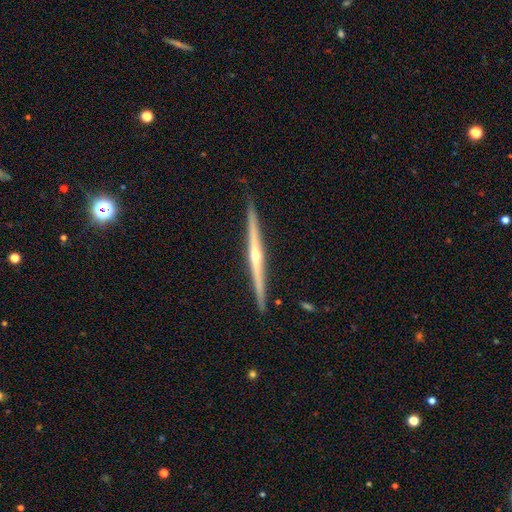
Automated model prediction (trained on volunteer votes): smooth-or-featured: featured or disk: 84% | smooth: 11% | star or artifact: 5%
  disk-edge-on: yes: 99% | no: 1%
    edge-on-bulge: rounded: 85% | none: 12% | boxy: 3%
  merging: none: 92% | minor disturbance: 6% | major disturbance: 1% | merger: 1%